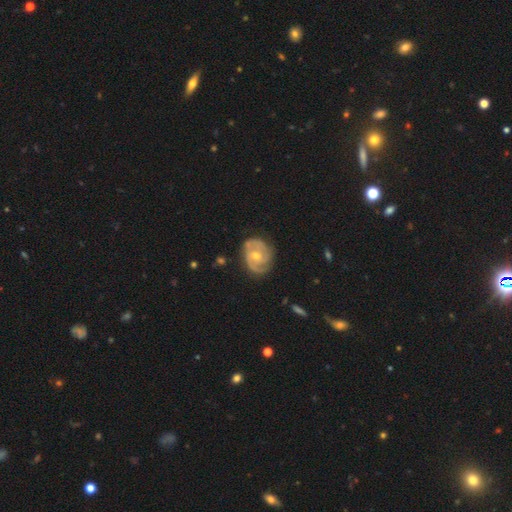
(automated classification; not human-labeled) Smooth or featured: featured or disk — 83% (smooth — 12%)
Edge-on disk: no — 97% (yes — 3%)
Bar: no — 52% (weak — 39%)
Spiral arms: yes — 94% (no — 6%)
Spiral winding: tight — 54% (medium — 37%)
Spiral arm count: 2 — 63% (can't tell — 14%)
Bulge size: moderate — 59% (small — 38%)
Merging: none — 77% (minor disturbance — 17%)